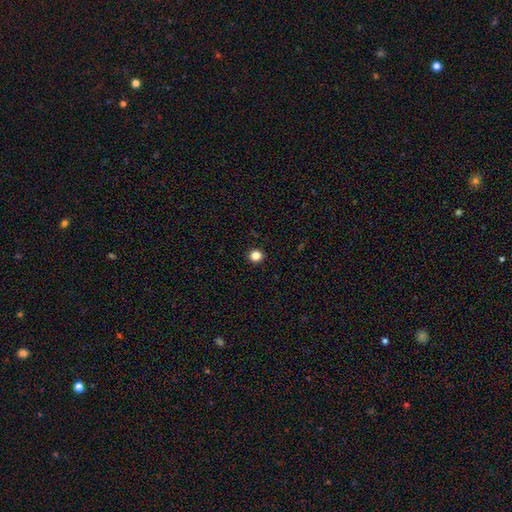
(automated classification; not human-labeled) A smooth galaxy with no disk features (84%) that is round (92%). Merging: none (93%).